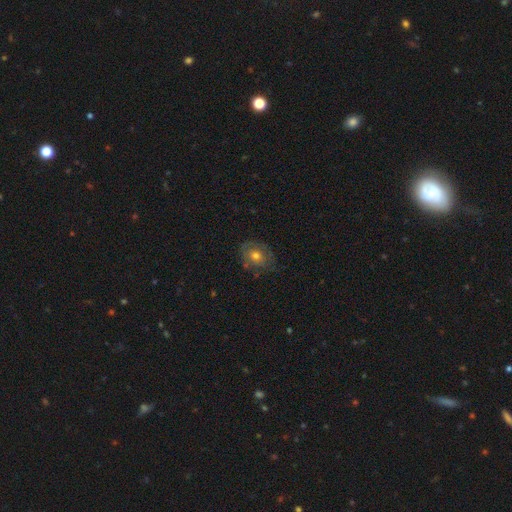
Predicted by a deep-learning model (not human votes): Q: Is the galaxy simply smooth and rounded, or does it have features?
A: smooth — 53%.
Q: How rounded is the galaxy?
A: round — 57%.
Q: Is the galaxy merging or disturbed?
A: none — 66%.